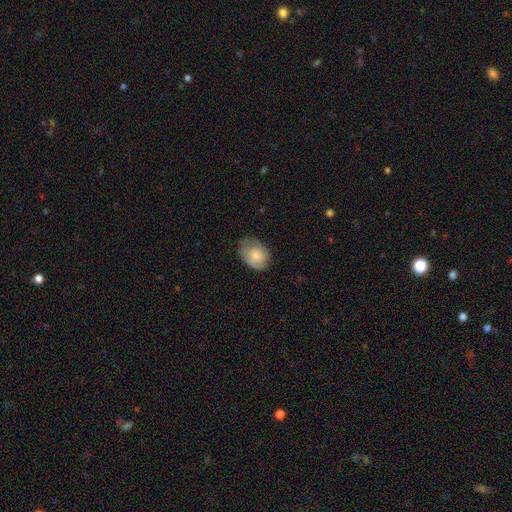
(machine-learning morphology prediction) type=smooth (72%); roundness=in between (62%); merging=none (57%).